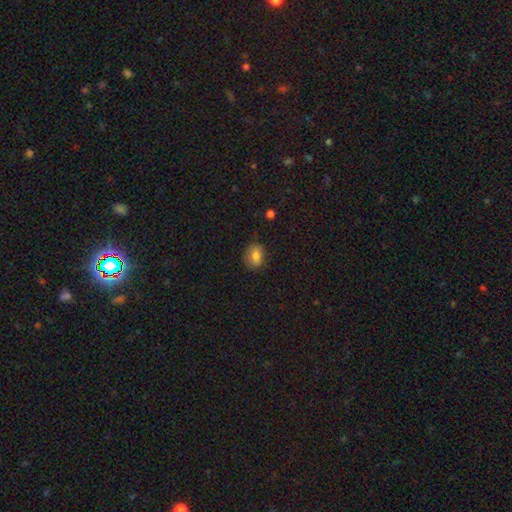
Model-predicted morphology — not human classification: Smooth or featured: smooth — 78% (featured or disk — 12%)
How rounded: in between — 59% (round — 39%)
Merging: none — 76% (minor disturbance — 18%)